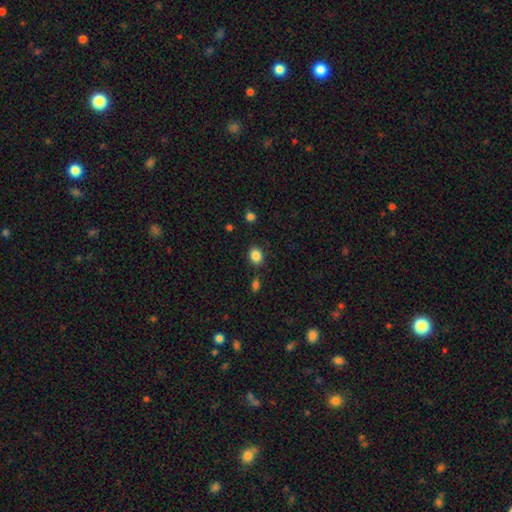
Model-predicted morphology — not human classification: Smooth or featured? smooth (86%)
How rounded? in between (55%)
Merging? none (82%)